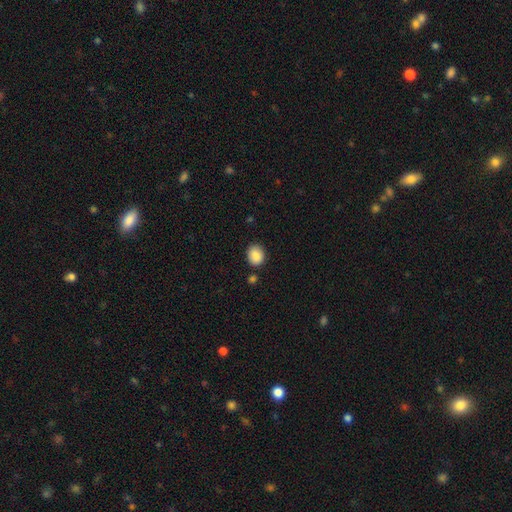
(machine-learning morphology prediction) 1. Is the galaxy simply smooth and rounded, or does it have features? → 88% smooth, 8% star or artifact, 4% featured or disk.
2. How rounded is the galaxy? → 55% round, 44% in between, 1% cigar-shaped.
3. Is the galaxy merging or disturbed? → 84% none, 10% minor disturbance, 3% merger, 2% major disturbance.